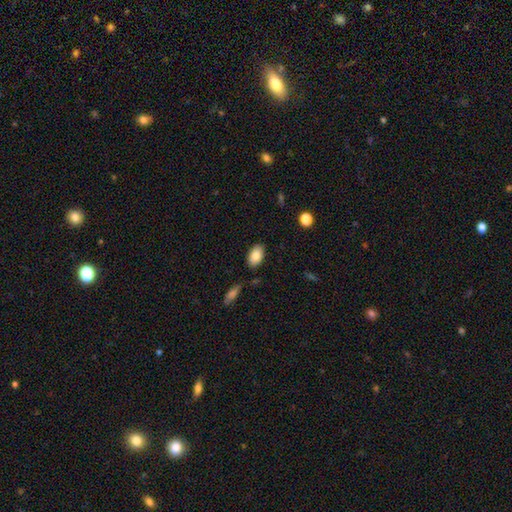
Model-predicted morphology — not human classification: This is clearly a smooth galaxy (85%). How rounded: clearly in between (92%). Merging: clearly none (85%).